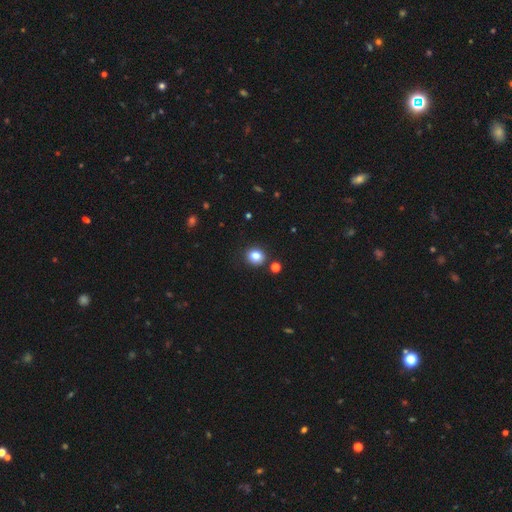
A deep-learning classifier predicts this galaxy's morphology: Smooth or featured? smooth (82%)
How rounded? round (81%)
Merging? none (86%)